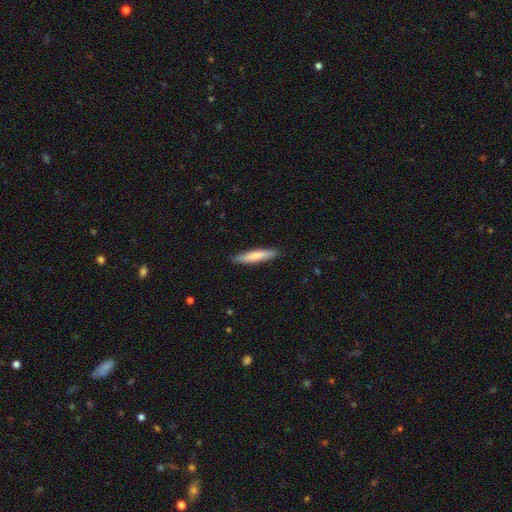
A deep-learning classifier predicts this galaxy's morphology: The model was most divided on "smooth or featured": smooth: 77%, featured or disk: 18%, star or artifact: 5%. More confident: merging — none (89%); how rounded — cigar-shaped (88%).